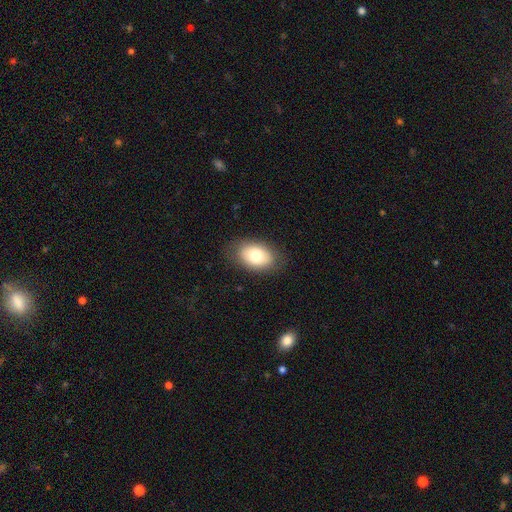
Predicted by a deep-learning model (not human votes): Overall: smooth (76%). How rounded: in between (88%). Merging: none (83%).